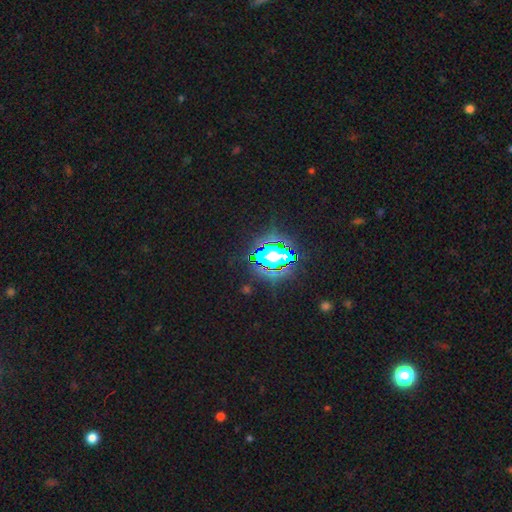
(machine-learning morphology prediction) Smooth or featured? star or artifact (69%)